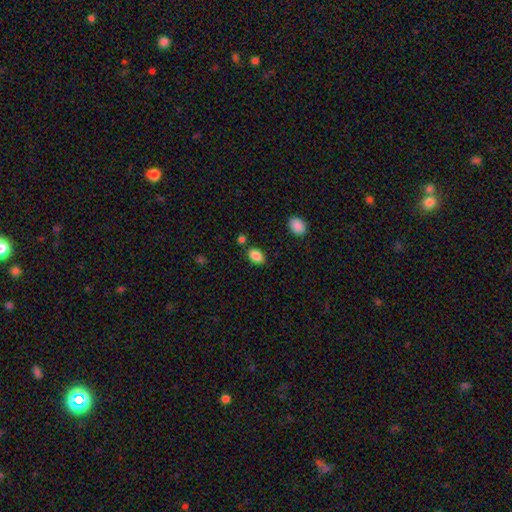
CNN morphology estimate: smooth_or_featured: smooth (p=0.87) [alt: star or artifact p=0.09]
how_rounded: in between (p=0.88) [alt: round p=0.11]
merging: none (p=0.79) [alt: minor disturbance p=0.12]